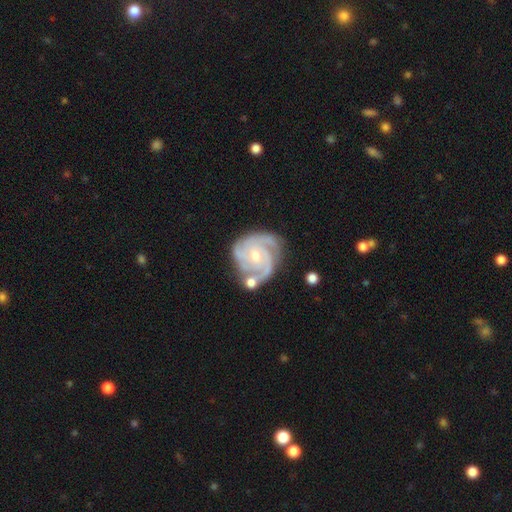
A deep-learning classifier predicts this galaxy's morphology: smooth-or-featured: featured or disk: 90% | smooth: 5% | star or artifact: 5%
  disk-edge-on: no: 98% | yes: 2%
    bar: no: 66% | weak: 28% | strong: 6%
    has-spiral-arms: yes: 98% | no: 2%
      spiral-winding: tight: 66% | medium: 30% | loose: 4%
      spiral-arm-count: 3: 52% | 4: 24% | 2: 9% | can't tell: 8% | more than 4: 4% | 1: 4%
    bulge-size: small: 56% | moderate: 41% | none: 1% | large: 1% | dominant: 1%
  merging: none: 64% | minor disturbance: 19% | merger: 10% | major disturbance: 7%